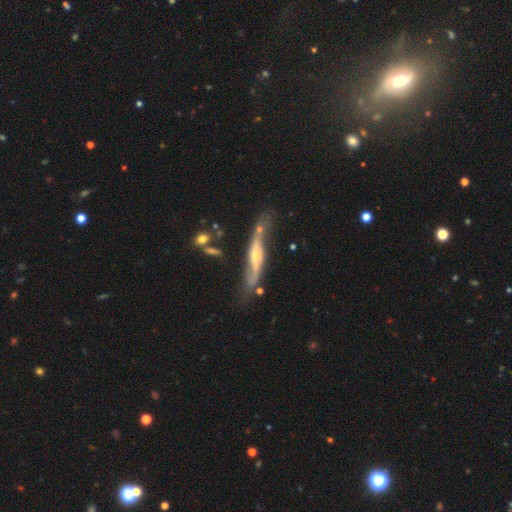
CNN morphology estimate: A featured or disk galaxy (81%).

Vote fractions:
- Smooth or featured? featured or disk: 81% / smooth: 13% / star or artifact: 6%
- Edge-on disk? no: 52% / yes: 48%
- Merging? none: 56% / minor disturbance: 24% / major disturbance: 11% / merger: 9%